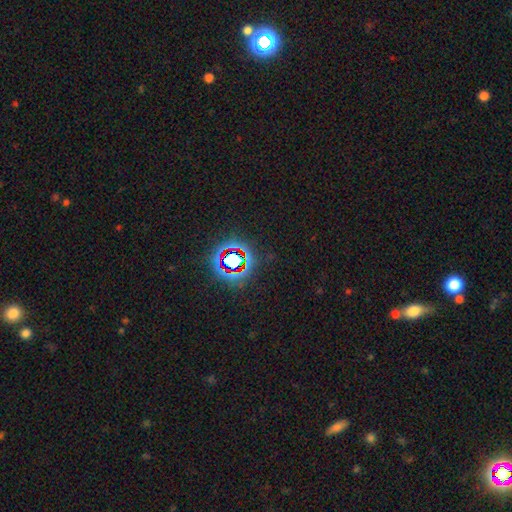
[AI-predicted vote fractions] smooth-or-featured: star or artifact: 77% | smooth: 13% | featured or disk: 10%